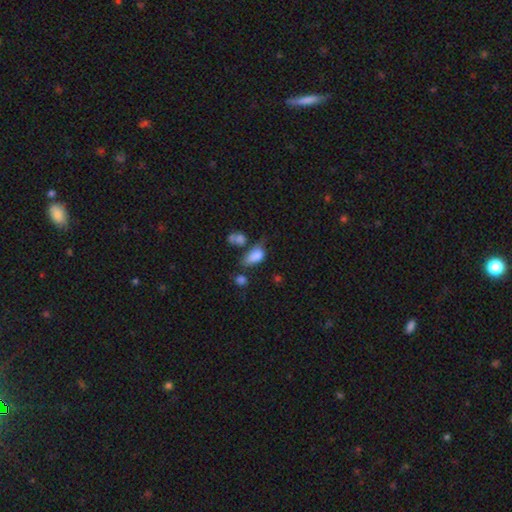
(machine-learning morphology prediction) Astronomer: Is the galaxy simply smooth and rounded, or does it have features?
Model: smooth — 78%.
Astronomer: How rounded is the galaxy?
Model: in between — 86%.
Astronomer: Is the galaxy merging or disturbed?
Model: none — 30% (runner-up: minor disturbance, 28%).